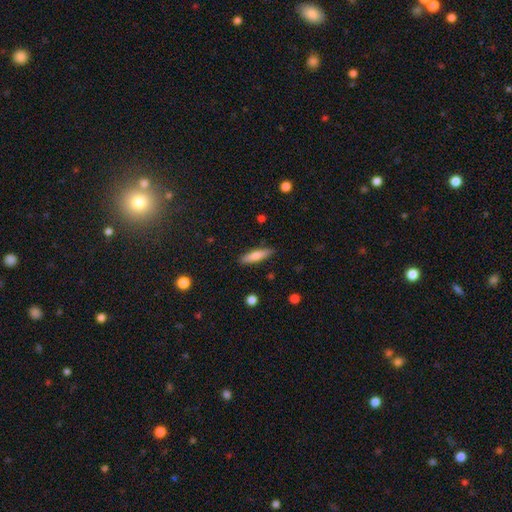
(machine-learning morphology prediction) Overall: smooth (73%). How rounded: cigar-shaped (75%). Merging: none (89%).